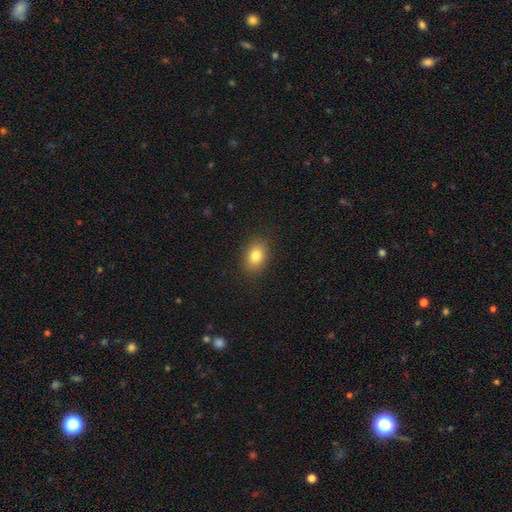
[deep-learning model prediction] This appears to be a smooth galaxy with no disk features (82%) that is in between round and cigar-shaped (75%). Merging: none (88%).